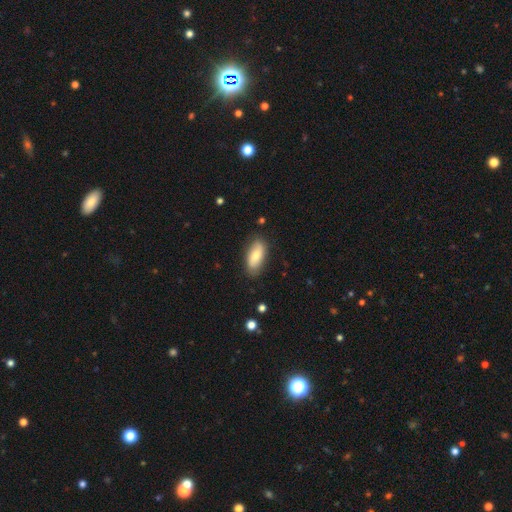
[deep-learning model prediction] A smooth galaxy with no disk features (72%) that is in between round and cigar-shaped (88%). Merging: none (82%).